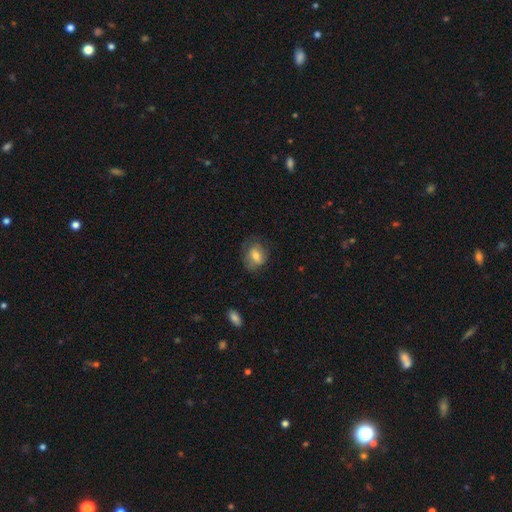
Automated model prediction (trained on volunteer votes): Smooth or featured?
  - smooth: 64% *
  - featured or disk: 27%
  - star or artifact: 8%
How rounded?
  - in between: 56% *
  - round: 42%
  - cigar-shaped: 1%
Merging?
  - none: 64% *
  - minor disturbance: 24%
  - major disturbance: 11%
  - merger: 1%